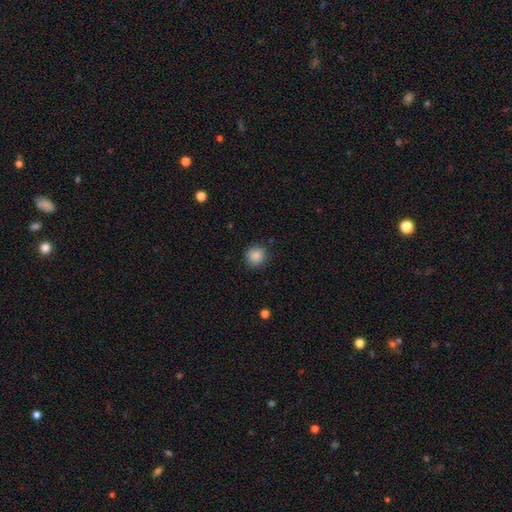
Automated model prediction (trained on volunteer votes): Smooth or featured? Predicted: smooth (p=0.86). How rounded? Predicted: round (p=0.87). Merging? Predicted: none (p=0.86).